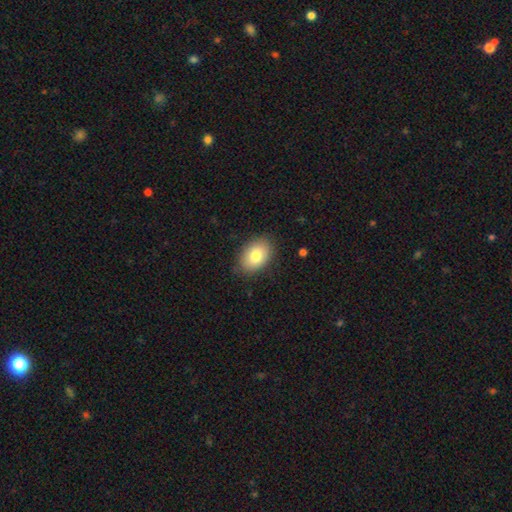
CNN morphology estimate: Q: Smooth or featured?
A: smooth (80%); runner-up: featured or disk (12%)
Q: How rounded?
A: in between (85%); runner-up: round (14%)
Q: Merging?
A: none (84%); runner-up: minor disturbance (12%)